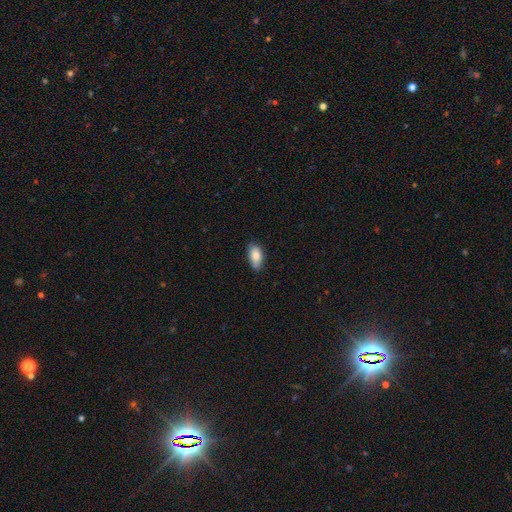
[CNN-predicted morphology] A smooth galaxy with no disk features (83%) that is in between round and cigar-shaped (91%).

Vote fractions:
- Smooth or featured? smooth: 83% / featured or disk: 10% / star or artifact: 7%
- How rounded? in between: 91% / cigar-shaped: 5% / round: 3%
- Merging? none: 80% / minor disturbance: 17% / major disturbance: 2% / merger: 1%